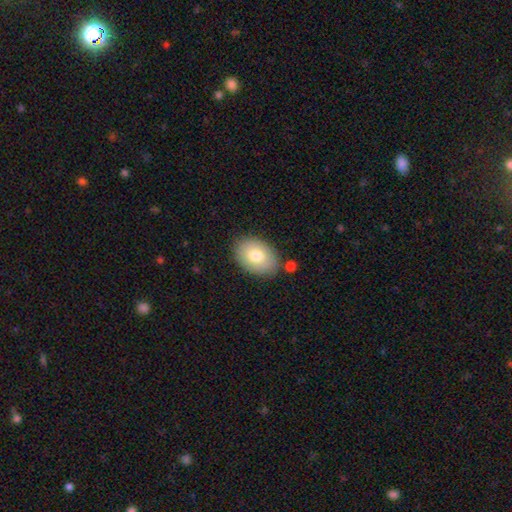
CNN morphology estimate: This appears to be a smooth galaxy with no disk features (77%) that is in between round and cigar-shaped (83%). Merging: none (81%).